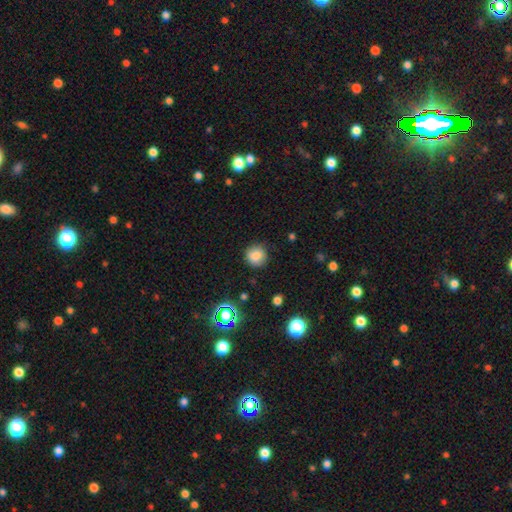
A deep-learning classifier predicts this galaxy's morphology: smooth_or_featured: smooth (p=0.82) [alt: star or artifact p=0.12]
how_rounded: round (p=0.93) [alt: in between p=0.06]
merging: none (p=0.87) [alt: minor disturbance p=0.09]